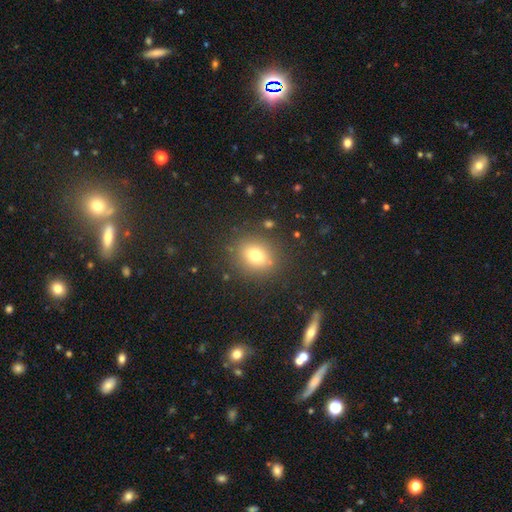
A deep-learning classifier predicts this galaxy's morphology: smooth_or_featured: smooth (p=0.76) [alt: star or artifact p=0.14]
how_rounded: round (p=0.64) [alt: in between p=0.35]
merging: none (p=0.84) [alt: minor disturbance p=0.09]